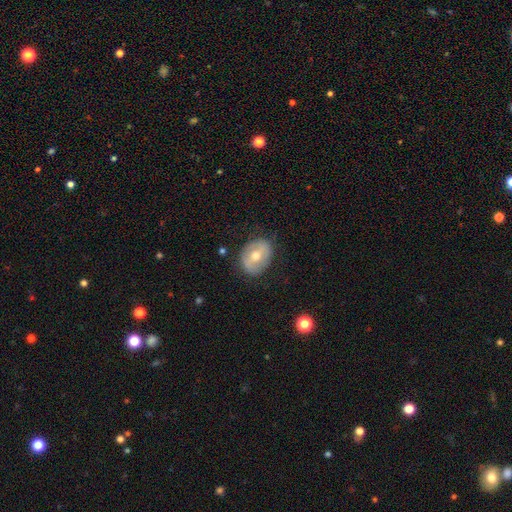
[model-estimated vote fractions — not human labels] A featured or disk galaxy (50%). Merging: none (80%).